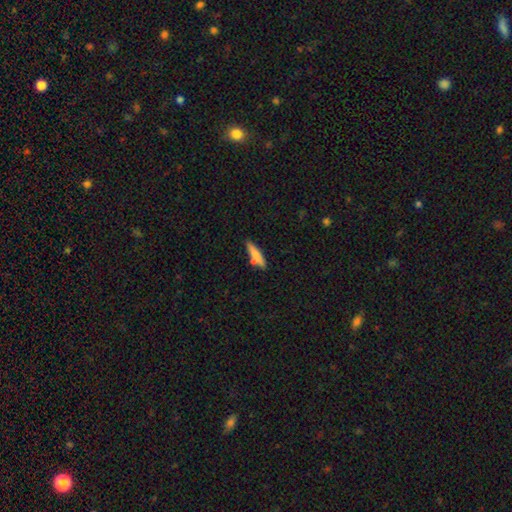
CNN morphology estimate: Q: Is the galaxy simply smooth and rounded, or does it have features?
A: smooth — 72%.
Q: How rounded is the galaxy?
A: cigar-shaped — 80%.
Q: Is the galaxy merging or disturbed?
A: none — 71%.